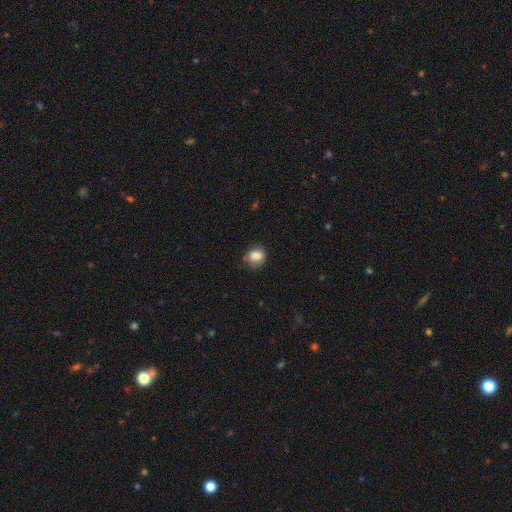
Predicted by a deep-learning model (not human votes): Smooth or featured? smooth (84%)
How rounded? round (68%)
Merging? none (69%)